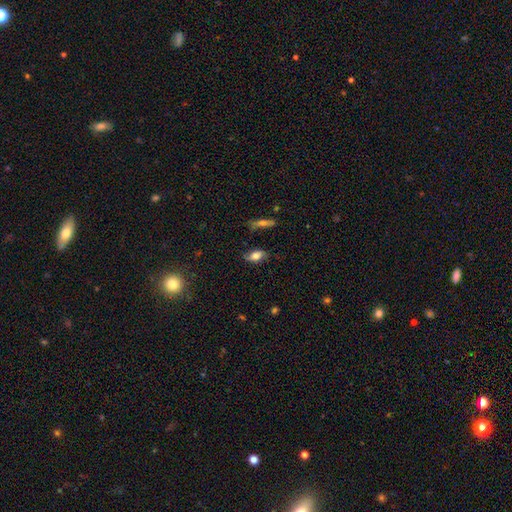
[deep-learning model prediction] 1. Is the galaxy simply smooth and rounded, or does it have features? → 66% smooth, 25% featured or disk, 9% star or artifact.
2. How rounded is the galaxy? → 84% in between, 10% cigar-shaped, 6% round.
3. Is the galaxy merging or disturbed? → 71% none, 21% minor disturbance, 6% major disturbance, 3% merger.